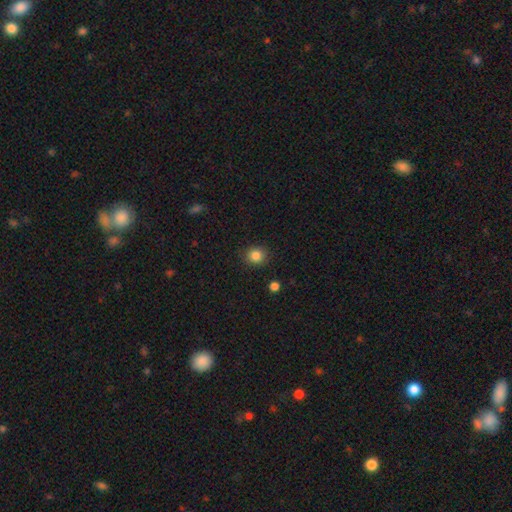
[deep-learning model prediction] This is clearly a smooth galaxy (85%). How rounded: clearly round (84%). Merging: clearly none (89%).